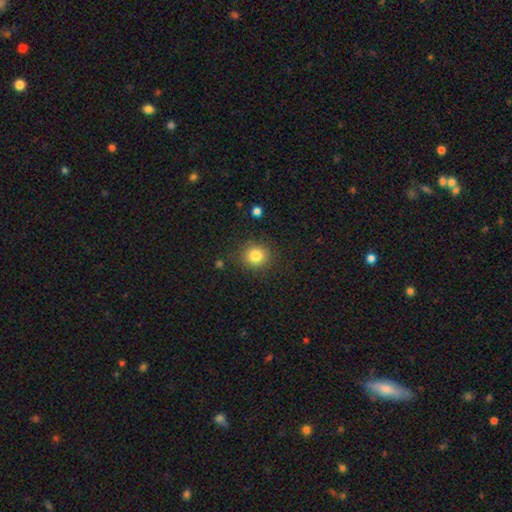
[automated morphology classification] type=smooth (82%); roundness=round (87%); merging=none (85%).